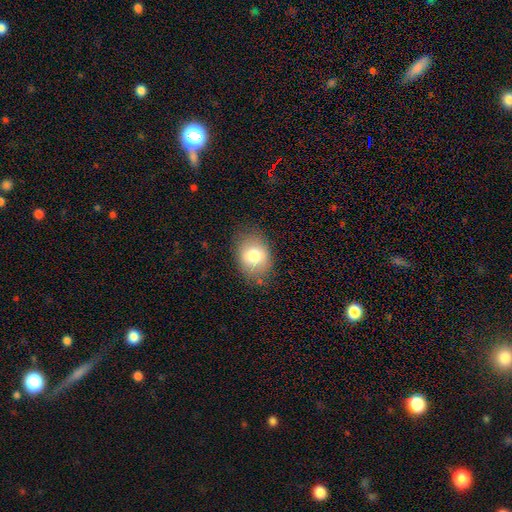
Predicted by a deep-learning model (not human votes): smooth_or_featured: smooth (p=0.75) [alt: featured or disk p=0.16]
how_rounded: in between (p=0.62) [alt: round p=0.37]
merging: none (p=0.81) [alt: minor disturbance p=0.14]